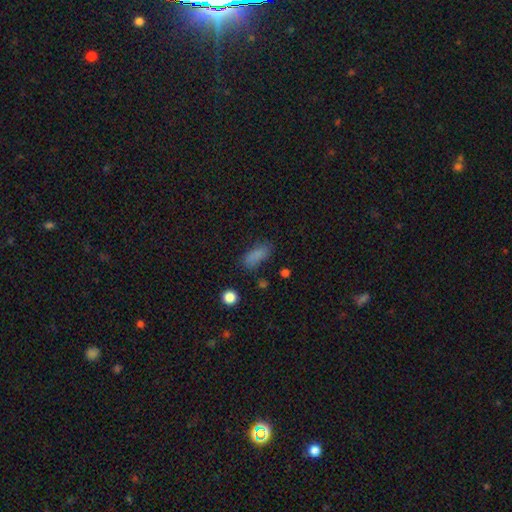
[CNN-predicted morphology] smooth 80%, star or artifact 13%, featured or disk 7%. Down the decision tree: how rounded — in between (78%); merging — none (69%).